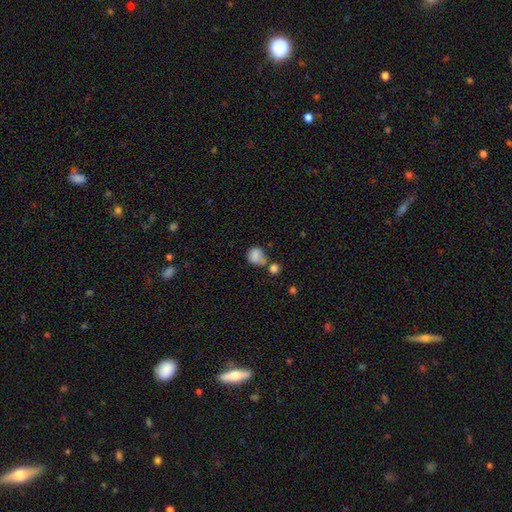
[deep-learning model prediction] smooth-or-featured: smooth: 81% | star or artifact: 10% | featured or disk: 10%
  how-rounded: round: 65% | in between: 33% | cigar-shaped: 1%
  merging: none: 39% | merger: 29% | minor disturbance: 22% | major disturbance: 10%